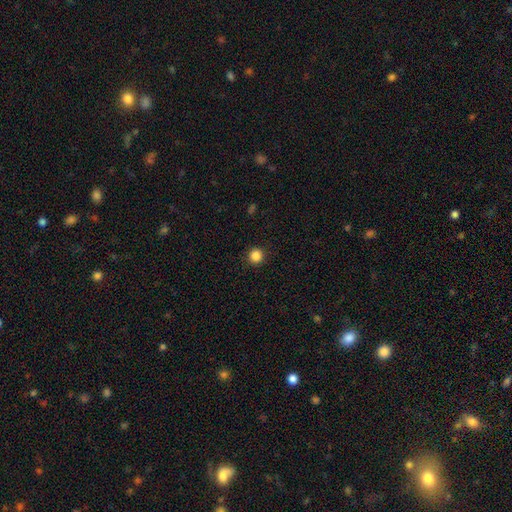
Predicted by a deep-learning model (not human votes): Overall: smooth (86%). How rounded: round (95%). Merging: none (92%).